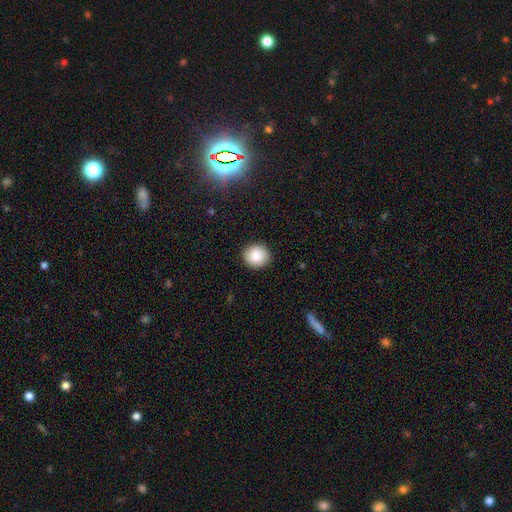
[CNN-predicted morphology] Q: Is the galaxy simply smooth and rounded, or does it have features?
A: smooth — 87%.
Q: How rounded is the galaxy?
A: round — 88%.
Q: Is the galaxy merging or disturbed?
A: none — 91%.